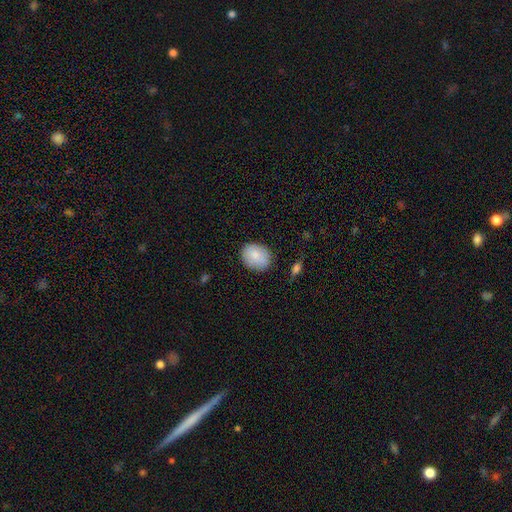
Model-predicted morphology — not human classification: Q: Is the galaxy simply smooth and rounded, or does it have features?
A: smooth — 84%.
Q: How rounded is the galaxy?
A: in between — 52%.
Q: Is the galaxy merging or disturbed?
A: none — 80%.